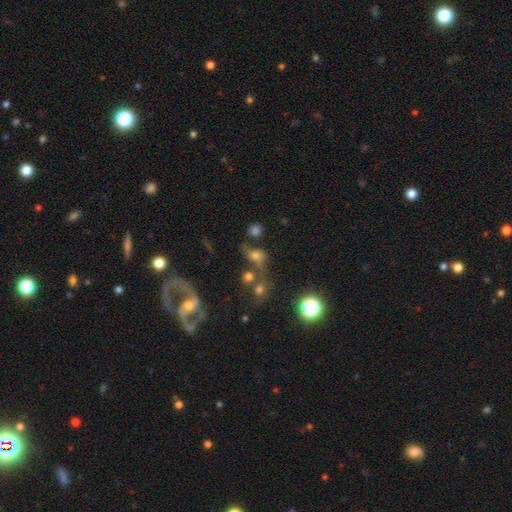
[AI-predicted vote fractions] The model was most divided on "how rounded": round: 49%, in between: 46%, cigar-shaped: 5%. Remaining: smooth or featured — smooth (51%); merging — none (35%).